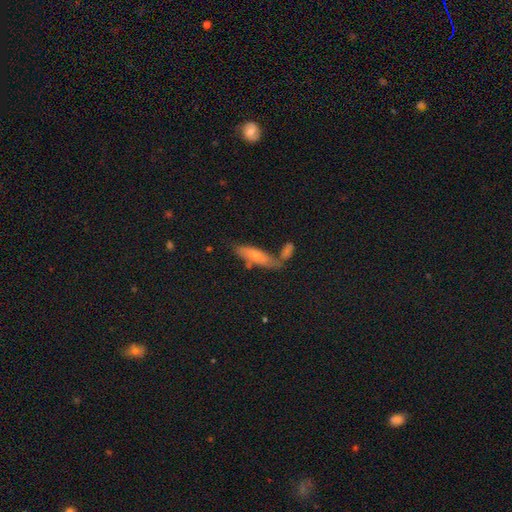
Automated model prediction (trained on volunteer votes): The model was most divided on "how rounded": cigar-shaped: 60%, in between: 38%, round: 2%. More confident: smooth or featured — smooth (63%); merging — none (57%).